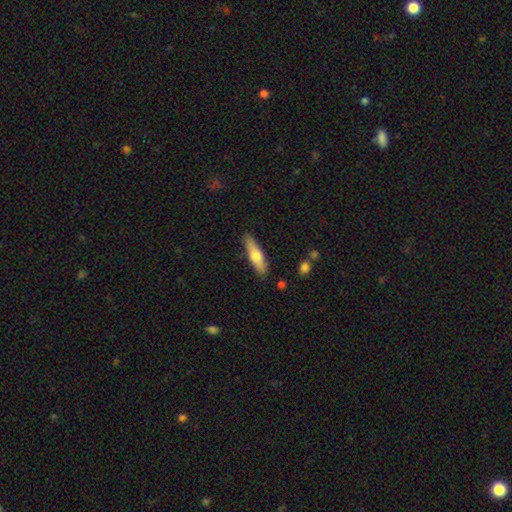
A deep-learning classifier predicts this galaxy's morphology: Smooth or featured?
  - smooth: 61% *
  - featured or disk: 33%
  - star or artifact: 6%
How rounded?
  - cigar-shaped: 67% *
  - in between: 31%
  - round: 2%
Merging?
  - none: 85% *
  - minor disturbance: 11%
  - major disturbance: 2%
  - merger: 2%